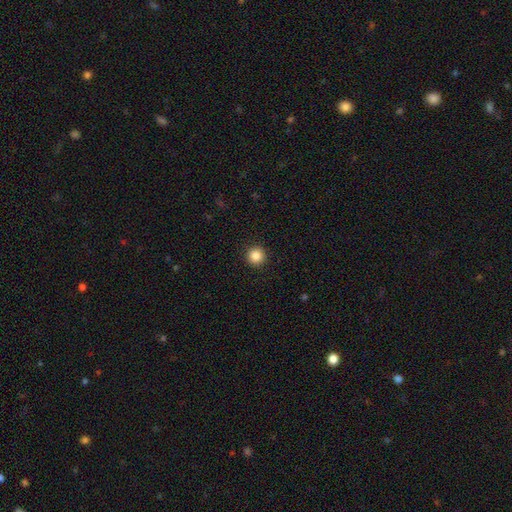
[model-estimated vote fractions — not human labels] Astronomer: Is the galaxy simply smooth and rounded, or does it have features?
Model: smooth — 86%.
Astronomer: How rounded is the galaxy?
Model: round — 96%.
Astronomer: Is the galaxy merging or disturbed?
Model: none — 93%.